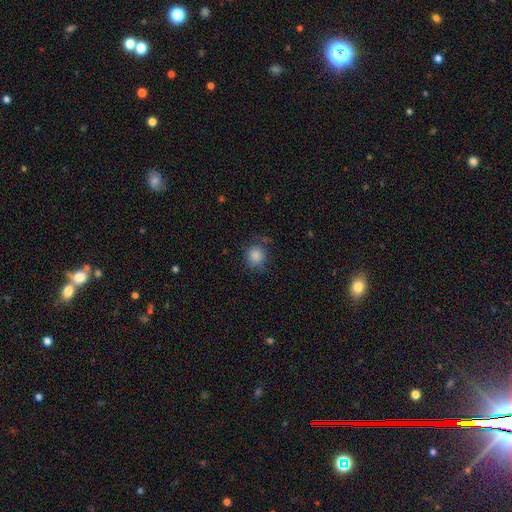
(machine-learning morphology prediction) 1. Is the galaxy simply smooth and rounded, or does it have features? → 86% smooth, 9% star or artifact, 5% featured or disk.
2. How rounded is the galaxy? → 87% round, 12% in between, 1% cigar-shaped.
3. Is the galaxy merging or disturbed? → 77% none, 16% minor disturbance, 5% major disturbance, 2% merger.